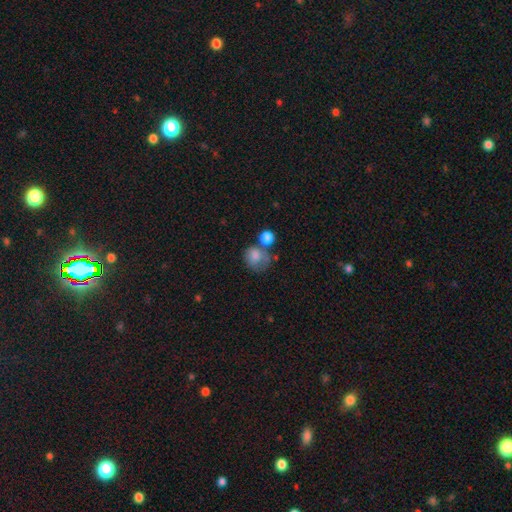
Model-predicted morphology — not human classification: Smooth or featured: smooth — 77% (featured or disk — 12%)
How rounded: round — 72% (in between — 27%)
Merging: none — 41% (merger — 23%)